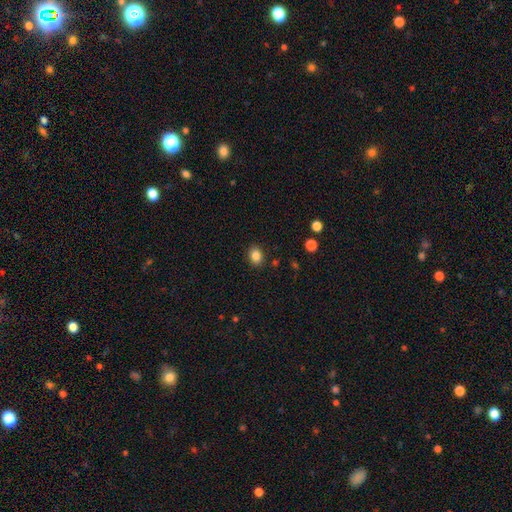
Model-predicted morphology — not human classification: smooth_or_featured: smooth (p=0.85) [alt: star or artifact p=0.10]
how_rounded: in between (p=0.64) [alt: round p=0.35]
merging: none (p=0.88) [alt: minor disturbance p=0.08]